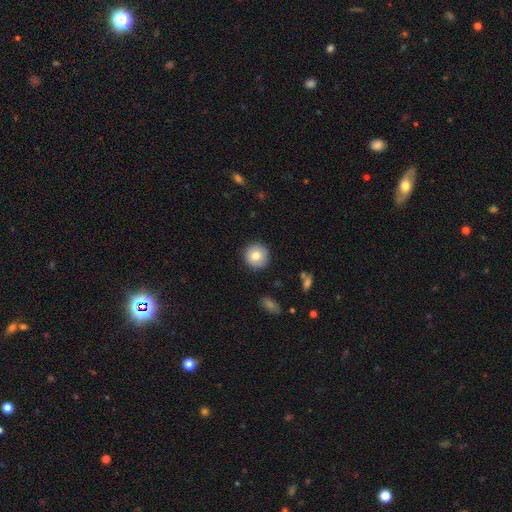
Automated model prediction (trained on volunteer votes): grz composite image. It shows a smooth galaxy with no disk features (79%) that is round (95%). Merging: none (91%).